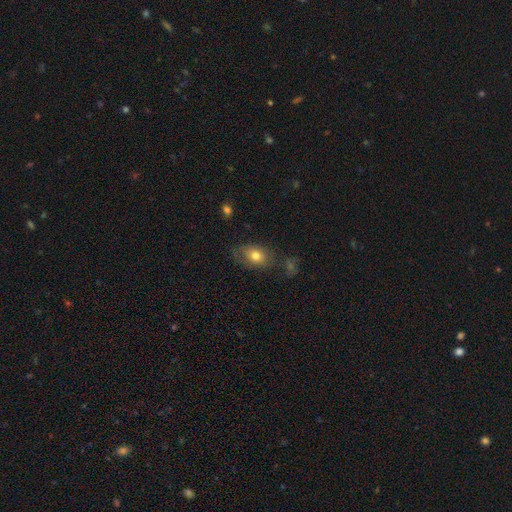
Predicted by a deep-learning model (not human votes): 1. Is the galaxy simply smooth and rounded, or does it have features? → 75% smooth, 16% featured or disk, 9% star or artifact.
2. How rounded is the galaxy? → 76% in between, 23% round, 2% cigar-shaped.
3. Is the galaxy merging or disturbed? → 62% none, 24% minor disturbance, 10% major disturbance, 4% merger.